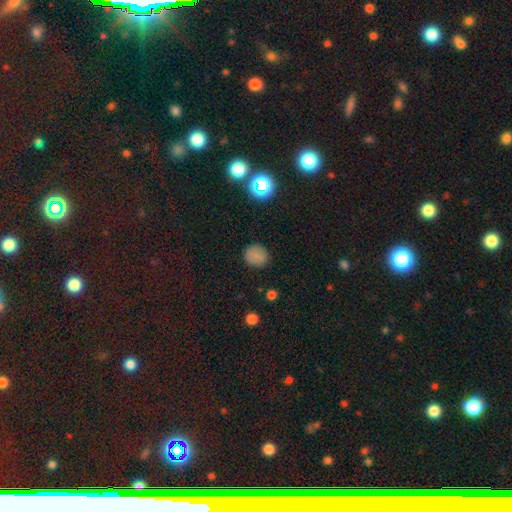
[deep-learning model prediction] smooth 79%, star or artifact 15%, featured or disk 6%. Down the decision tree: how rounded — round (86%); merging — none (87%).